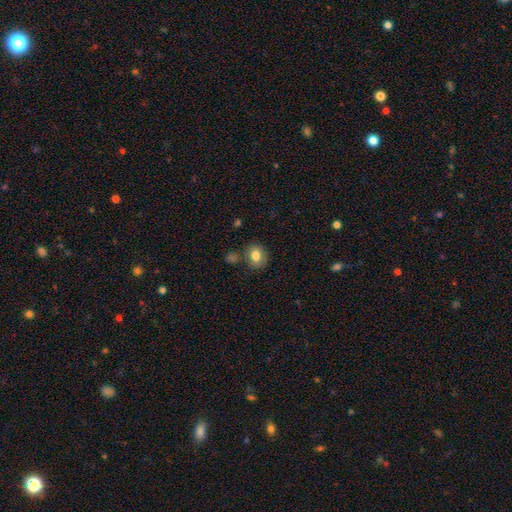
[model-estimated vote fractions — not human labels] Q: Smooth or featured?
A: smooth (81%); runner-up: featured or disk (10%)
Q: How rounded?
A: round (53%); runner-up: in between (46%)
Q: Merging?
A: none (76%); runner-up: minor disturbance (14%)